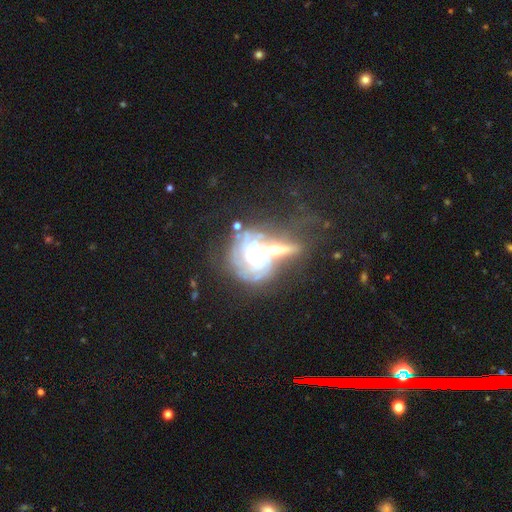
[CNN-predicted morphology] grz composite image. It shows a featured or disk galaxy (80%) with no bar (68%), tight (62%) spiral arms (87%) and a moderate central bulge (58%). Merging: merger (41%).